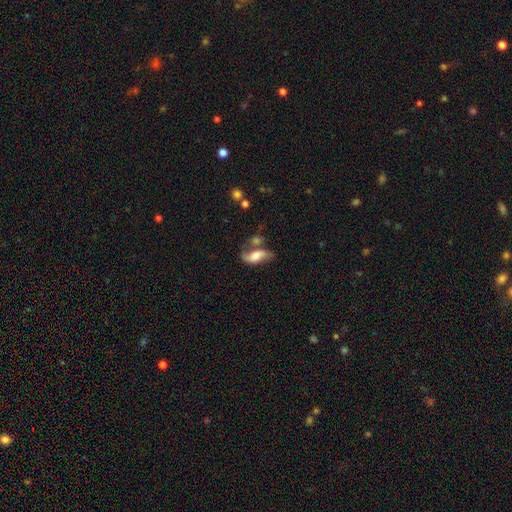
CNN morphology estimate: Q: Smooth or featured?
A: featured or disk (48%); runner-up: smooth (43%)
Q: Merging?
A: none (39%); runner-up: merger (25%)